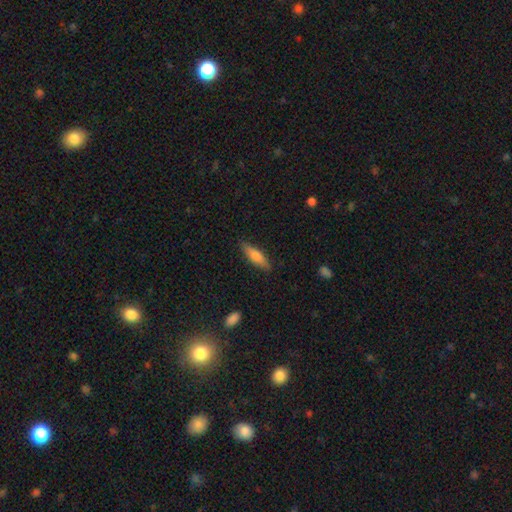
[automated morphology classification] smooth-or-featured: smooth: 73% | featured or disk: 21% | star or artifact: 6%
  how-rounded: cigar-shaped: 62% | in between: 36% | round: 2%
  merging: none: 86% | minor disturbance: 11% | major disturbance: 2% | merger: 1%